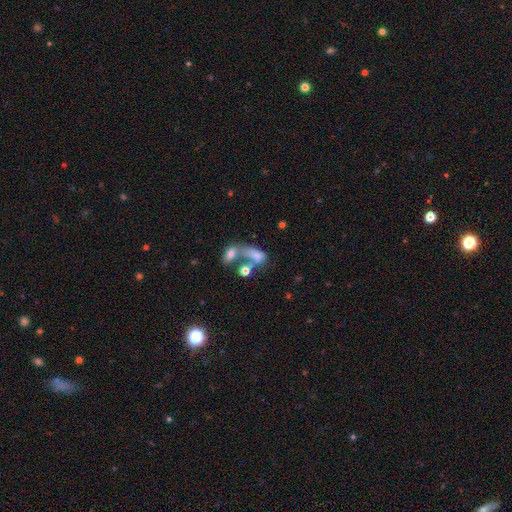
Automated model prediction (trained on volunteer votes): This is possibly a smooth galaxy (60%). How rounded: likely in between (76%). Merging: possibly merger (55%).